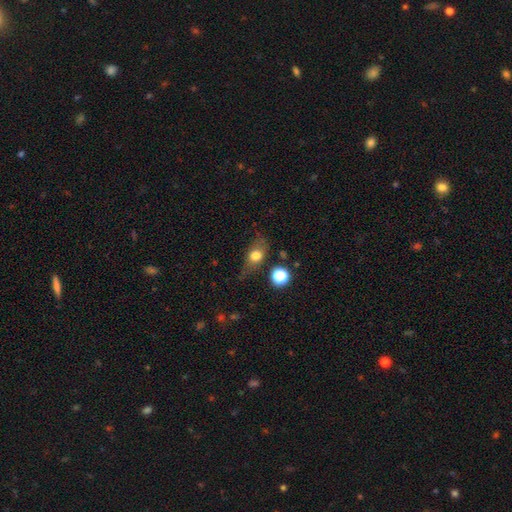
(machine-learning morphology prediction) Smooth or featured?
  - smooth: 67% *
  - featured or disk: 22%
  - star or artifact: 11%
How rounded?
  - in between: 62% *
  - round: 28%
  - cigar-shaped: 10%
Merging?
  - none: 59% *
  - minor disturbance: 24%
  - major disturbance: 12%
  - merger: 4%